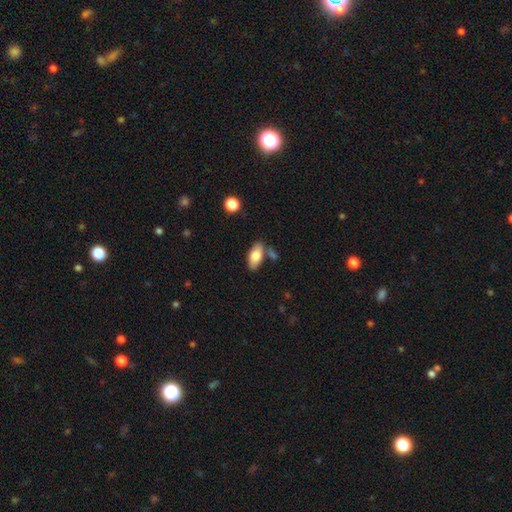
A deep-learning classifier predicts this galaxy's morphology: The model was most divided on "merging": none: 72%, minor disturbance: 14%, merger: 10%, major disturbance: 3%. More confident: how rounded — in between (89%); smooth or featured — smooth (78%).